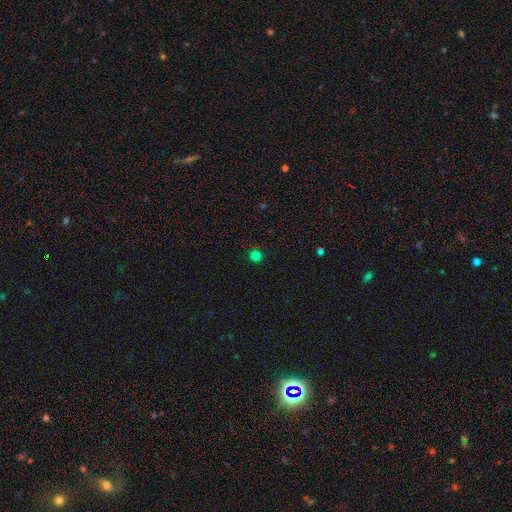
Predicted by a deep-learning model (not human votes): This appears to be a smooth galaxy with no disk features (80%) that is round (94%). Merging: none (92%).